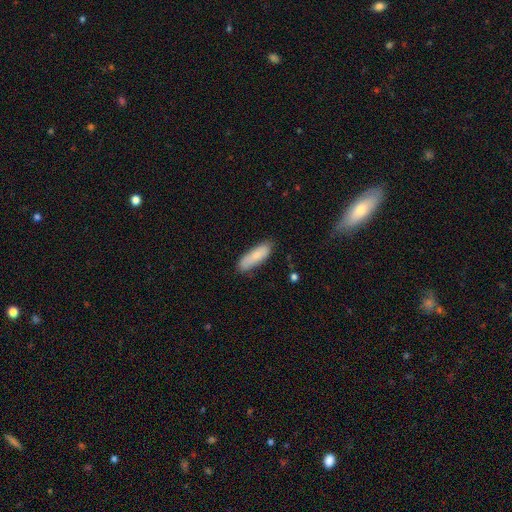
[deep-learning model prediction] Smooth or featured?
  - smooth: 81% *
  - featured or disk: 13%
  - star or artifact: 6%
How rounded?
  - in between: 50% *
  - cigar-shaped: 48%
  - round: 2%
Merging?
  - none: 80% *
  - minor disturbance: 16%
  - major disturbance: 3%
  - merger: 2%